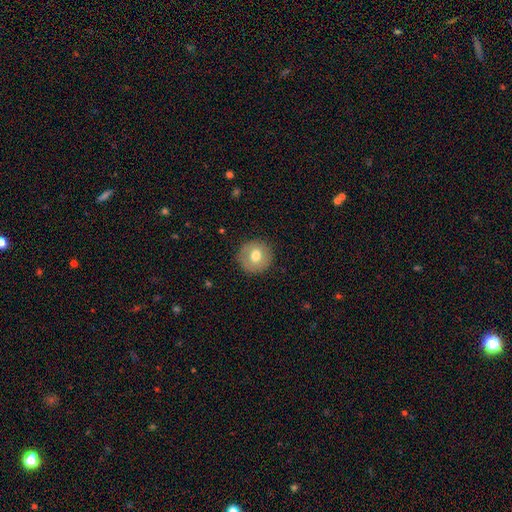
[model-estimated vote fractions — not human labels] This appears to be a smooth galaxy with no disk features (71%) that is round (93%). Merging: none (88%).